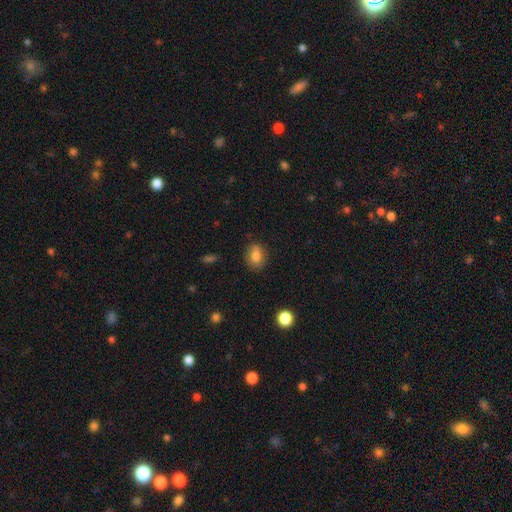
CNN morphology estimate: A smooth galaxy with no disk features (77%) that is round (50%). Merging: none (80%).